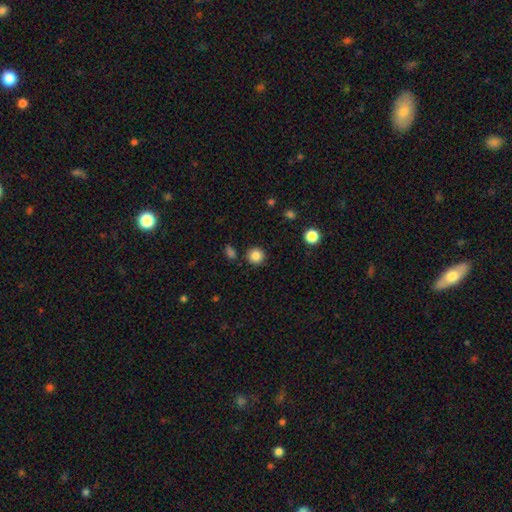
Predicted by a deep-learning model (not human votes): smooth 85%, star or artifact 10%, featured or disk 5%. Down the decision tree: how rounded — round (94%); merging — none (88%).